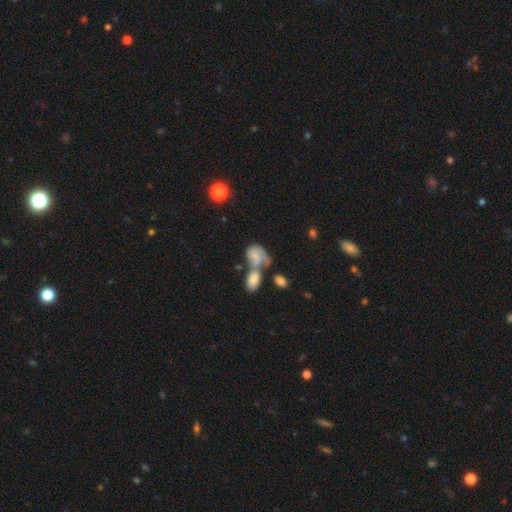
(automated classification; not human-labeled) A smooth galaxy with no disk features (47%). Merging: merger (54%).